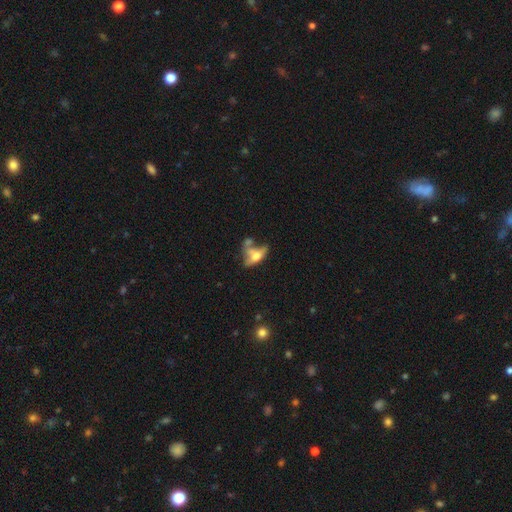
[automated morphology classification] smooth 47%, featured or disk 43%, star or artifact 10%. Down the decision tree: merging — merger (37%).